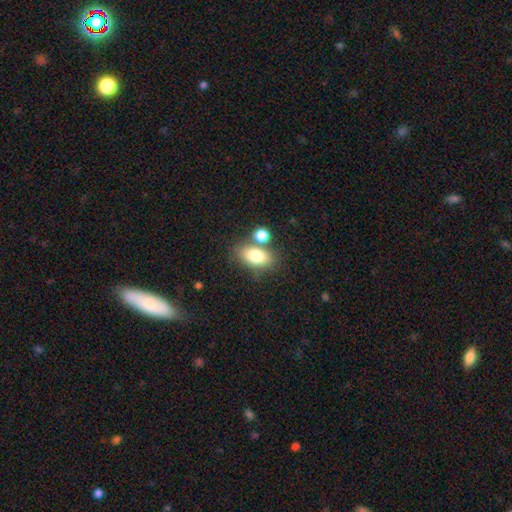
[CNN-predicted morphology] Smooth or featured: smooth — 78% (featured or disk — 13%)
How rounded: in between — 85% (round — 12%)
Merging: none — 58% (merger — 25%)